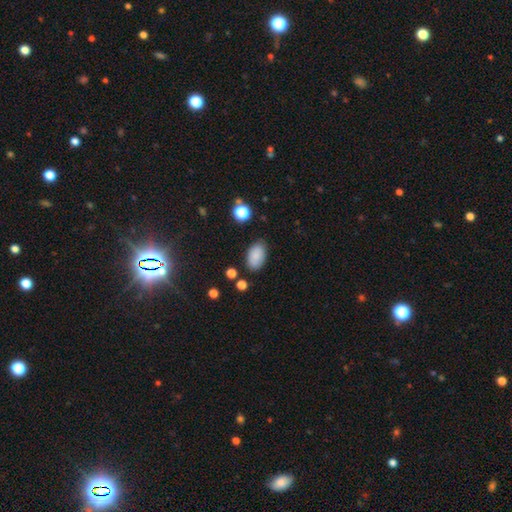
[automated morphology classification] Smooth or featured? smooth (86%)
How rounded? in between (92%)
Merging? none (81%)